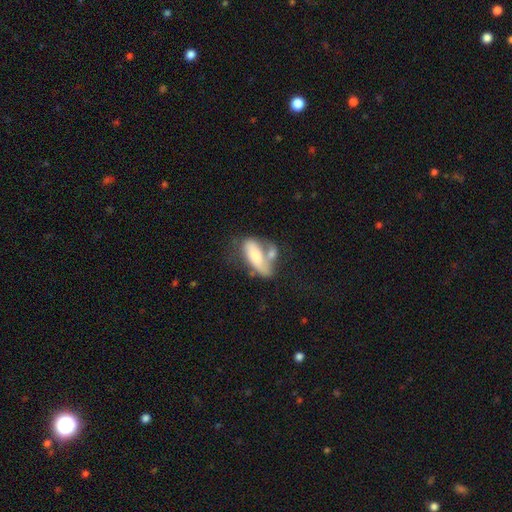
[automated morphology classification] Q: Smooth or featured?
A: smooth (60%); runner-up: featured or disk (33%)
Q: How rounded?
A: in between (77%); runner-up: cigar-shaped (20%)
Q: Merging?
A: merger (46%); runner-up: none (21%)